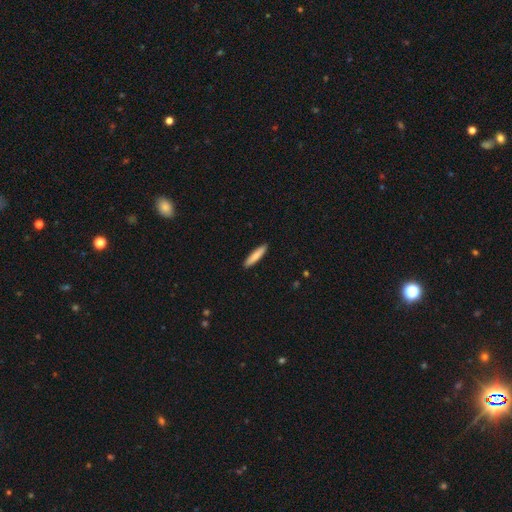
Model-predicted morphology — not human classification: The model was most divided on "smooth or featured": smooth: 80%, featured or disk: 14%, star or artifact: 5%. More confident: merging — none (92%); how rounded — cigar-shaped (88%).